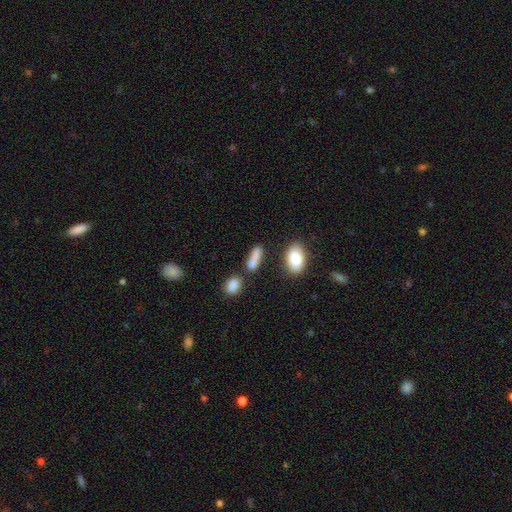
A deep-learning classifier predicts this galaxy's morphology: Smooth or featured? Predicted: smooth (p=0.81). How rounded? Predicted: in between (p=0.48). Merging? Predicted: none (p=0.60).